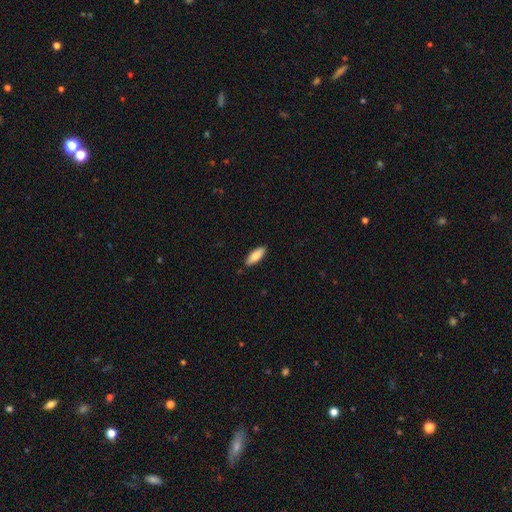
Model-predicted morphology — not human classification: smooth-or-featured: smooth: 80% | featured or disk: 14% | star or artifact: 6%
  how-rounded: in between: 73% | cigar-shaped: 26% | round: 2%
  merging: none: 87% | minor disturbance: 10% | major disturbance: 2% | merger: 1%